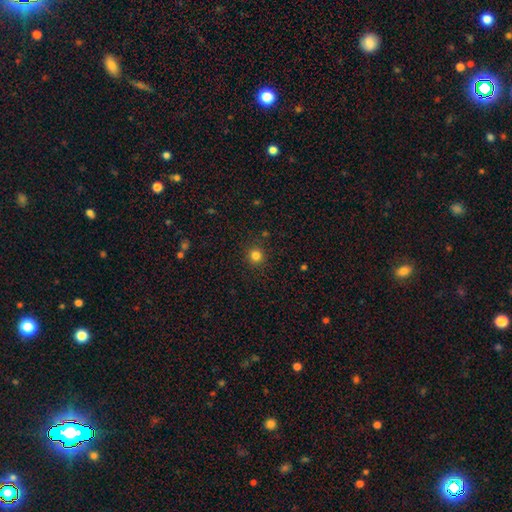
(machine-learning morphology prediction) Smooth or featured? Predicted: smooth (p=0.82). How rounded? Predicted: round (p=0.93). Merging? Predicted: none (p=0.89).